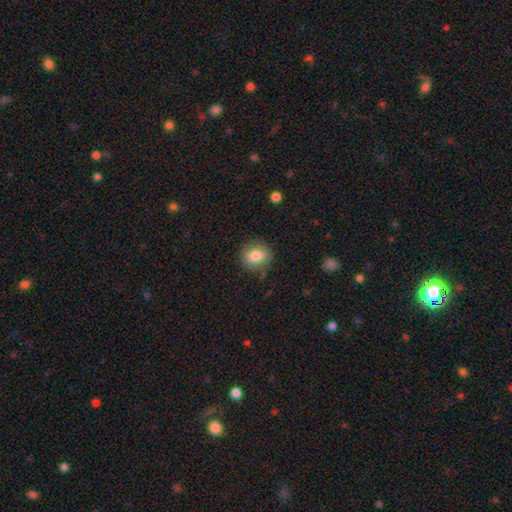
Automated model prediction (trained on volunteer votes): Smooth or featured?
  - smooth: 82% *
  - featured or disk: 9%
  - star or artifact: 9%
How rounded?
  - round: 76% *
  - in between: 23%
  - cigar-shaped: 1%
Merging?
  - none: 83% *
  - minor disturbance: 12%
  - major disturbance: 3%
  - merger: 2%